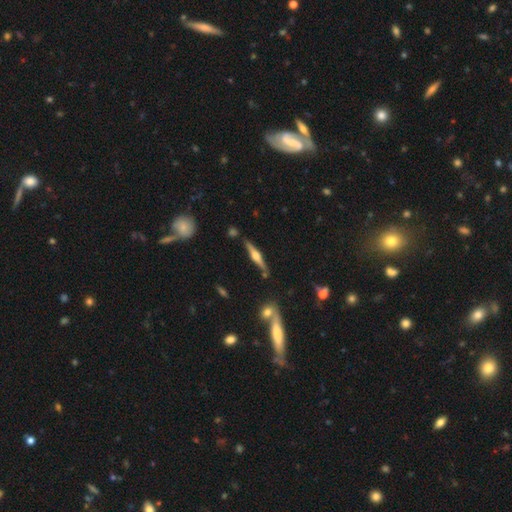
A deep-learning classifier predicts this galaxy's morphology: The model was most divided on "smooth or featured": featured or disk: 74%, smooth: 20%, star or artifact: 6%. More confident: edge-on disk — yes (98%); edge-on bulge — rounded (86%); merging — none (83%).